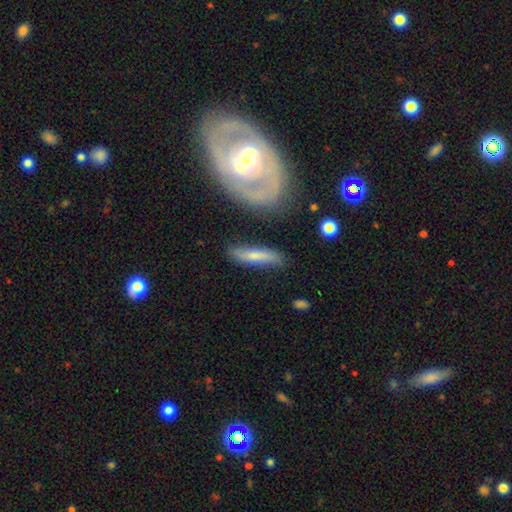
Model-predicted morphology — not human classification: This appears to be a smooth galaxy with no disk features (61%) that is cigar-shaped (78%). Merging: none (74%).